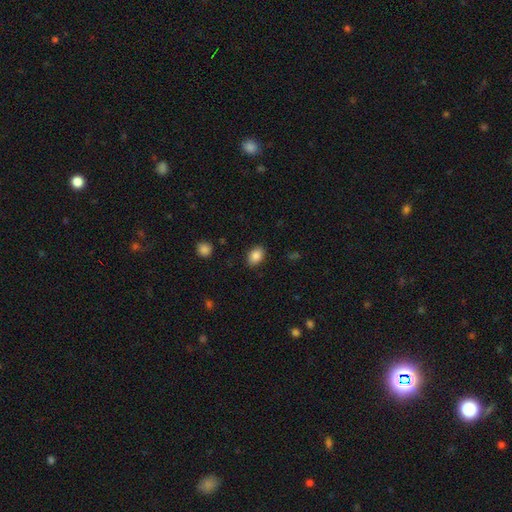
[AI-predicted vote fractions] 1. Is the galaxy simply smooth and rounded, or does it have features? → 86% smooth, 8% star or artifact, 5% featured or disk.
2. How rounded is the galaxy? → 82% in between, 17% round, 1% cigar-shaped.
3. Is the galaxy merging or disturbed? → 86% none, 10% minor disturbance, 3% major disturbance, 1% merger.